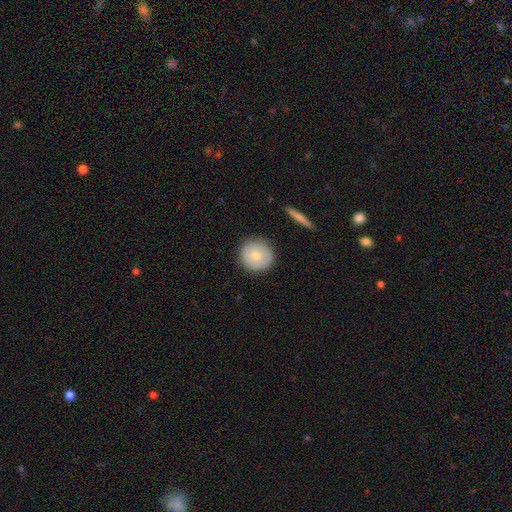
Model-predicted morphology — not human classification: smooth 71%, featured or disk 22%, star or artifact 7%. Down the decision tree: how rounded — round (93%); merging — none (87%).